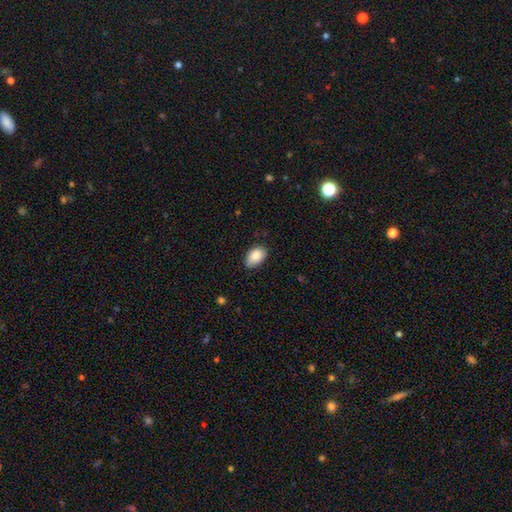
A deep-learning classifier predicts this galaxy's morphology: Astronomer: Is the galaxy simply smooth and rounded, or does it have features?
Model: smooth — 87%.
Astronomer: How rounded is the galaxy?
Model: in between — 91%.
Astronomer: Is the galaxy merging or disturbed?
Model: none — 71%.